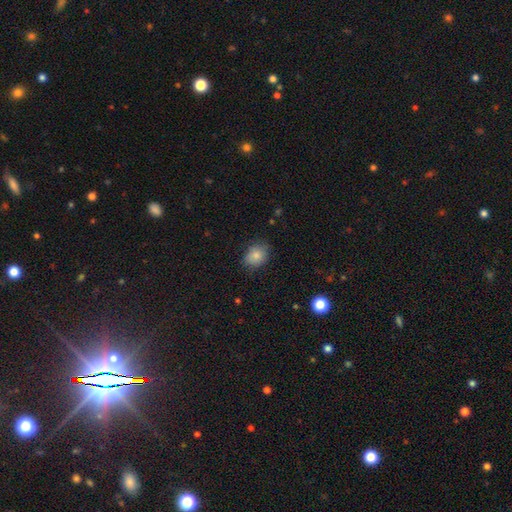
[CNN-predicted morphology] This is clearly a smooth galaxy (83%). How rounded: possibly in between (54%). Merging: likely none (73%).